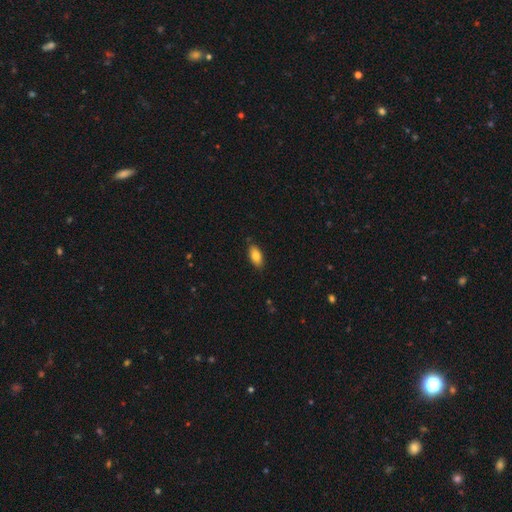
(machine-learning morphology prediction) smooth 82%, featured or disk 11%, star or artifact 7%. Down the decision tree: how rounded — in between (90%); merging — none (84%).